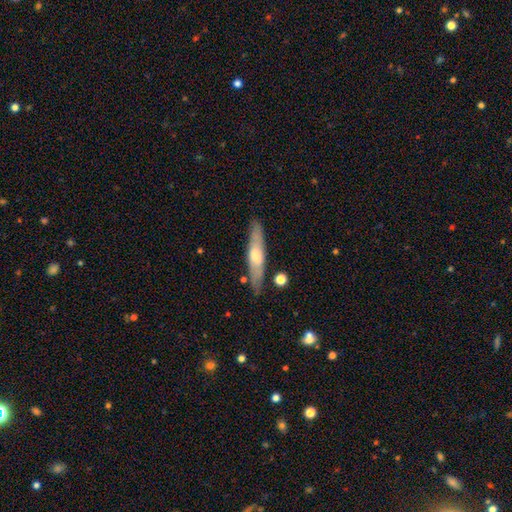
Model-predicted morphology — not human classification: smooth-or-featured: featured or disk: 51% | smooth: 43% | star or artifact: 6%
  disk-edge-on: yes: 81% | no: 19%
  merging: none: 84% | minor disturbance: 11% | merger: 3% | major disturbance: 2%